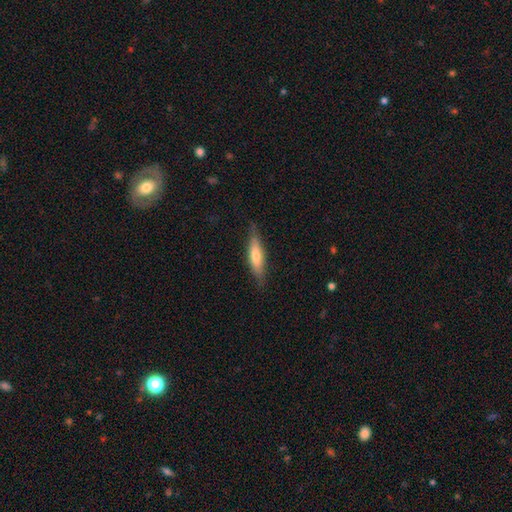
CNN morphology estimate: Smooth or featured?
  - smooth: 61% *
  - featured or disk: 33%
  - star or artifact: 6%
How rounded?
  - cigar-shaped: 73% *
  - in between: 25%
  - round: 2%
Merging?
  - none: 80% *
  - minor disturbance: 15%
  - major disturbance: 3%
  - merger: 1%